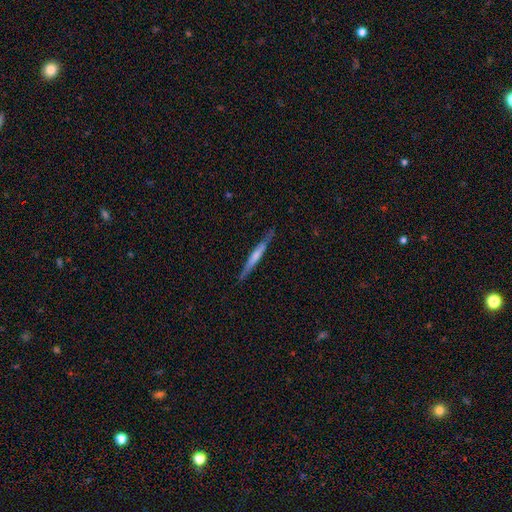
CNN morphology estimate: Q: Smooth or featured?
A: featured or disk (51%); runner-up: smooth (43%)
Q: Edge-on disk?
A: yes (95%); runner-up: no (5%)
Q: Merging?
A: none (83%); runner-up: minor disturbance (13%)